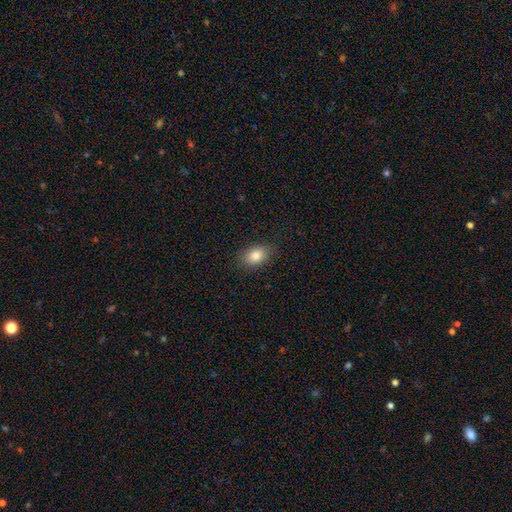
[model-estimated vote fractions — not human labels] smooth_or_featured: smooth (p=0.83) [alt: star or artifact p=0.09]
how_rounded: in between (p=0.80) [alt: round p=0.19]
merging: none (p=0.87) [alt: minor disturbance p=0.10]